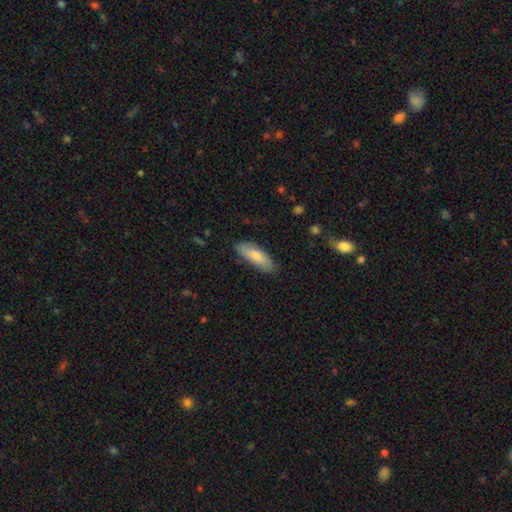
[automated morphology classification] Q: Smooth or featured?
A: smooth (77%); runner-up: featured or disk (18%)
Q: How rounded?
A: in between (67%); runner-up: cigar-shaped (31%)
Q: Merging?
A: none (80%); runner-up: minor disturbance (16%)